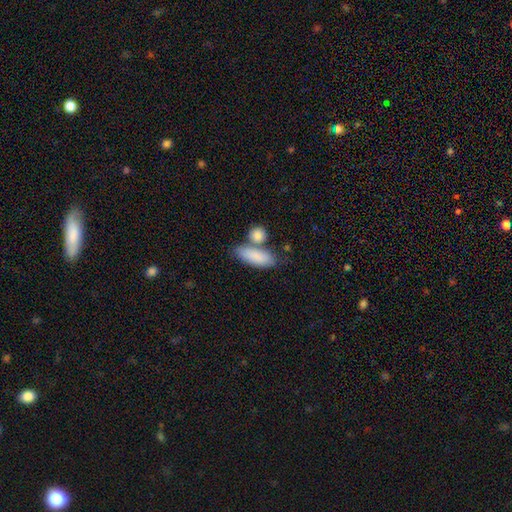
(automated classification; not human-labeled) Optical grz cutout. It shows a smooth galaxy with no disk features (85%) that is in between round and cigar-shaped (74%). Merging: none (53%).